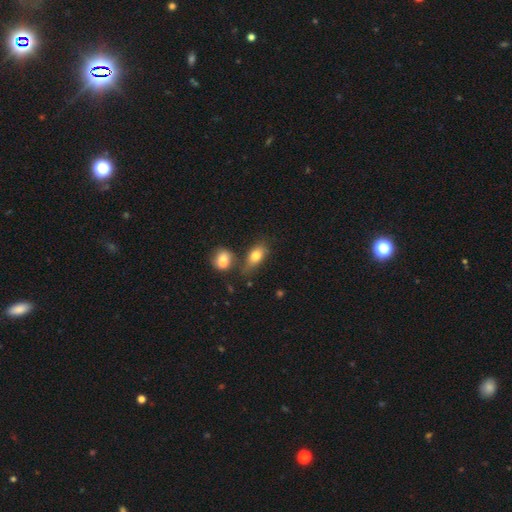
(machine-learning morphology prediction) smooth 78%, featured or disk 13%, star or artifact 9%. Down the decision tree: how rounded — in between (83%); merging — none (52%).